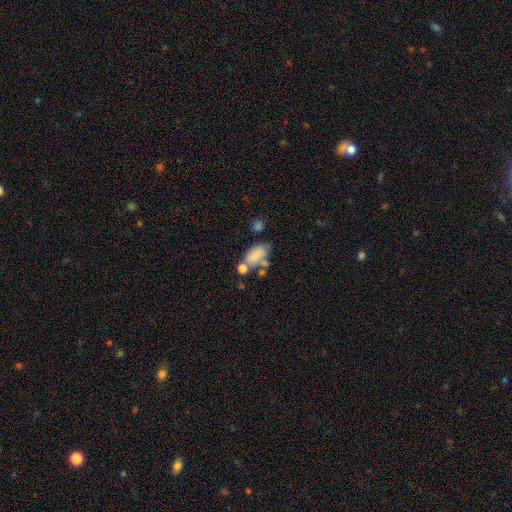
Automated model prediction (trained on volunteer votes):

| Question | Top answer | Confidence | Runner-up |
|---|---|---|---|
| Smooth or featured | smooth | 73% | featured or disk (17%) |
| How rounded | in between | 89% | round (7%) |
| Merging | none | 35% | merger (31%) |